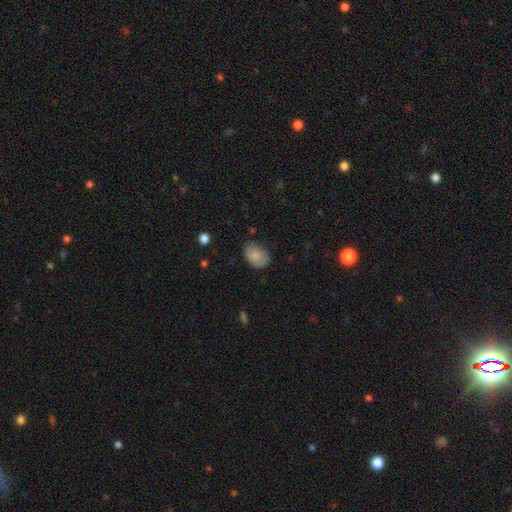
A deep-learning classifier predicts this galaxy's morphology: This is clearly a smooth galaxy (82%). How rounded: clearly in between (83%). Merging: likely none (73%).